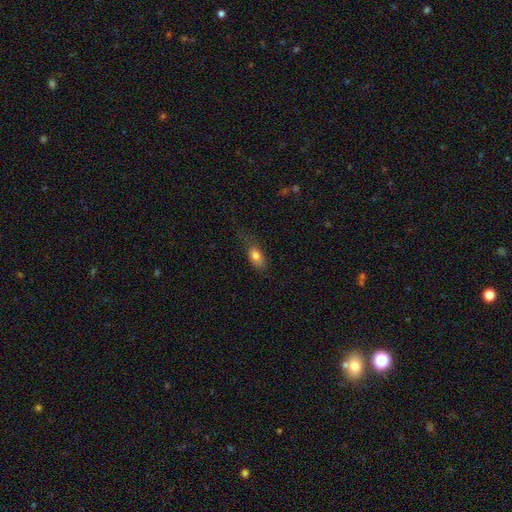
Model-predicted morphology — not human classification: Smooth or featured? smooth (78%)
How rounded? in between (82%)
Merging? none (49%)